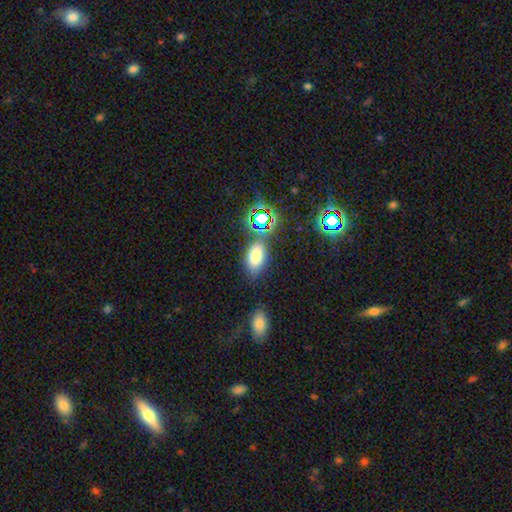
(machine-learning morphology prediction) smooth-or-featured: smooth: 73% | star or artifact: 19% | featured or disk: 8%
  how-rounded: in between: 89% | round: 8% | cigar-shaped: 3%
  merging: none: 73% | minor disturbance: 15% | merger: 7% | major disturbance: 5%